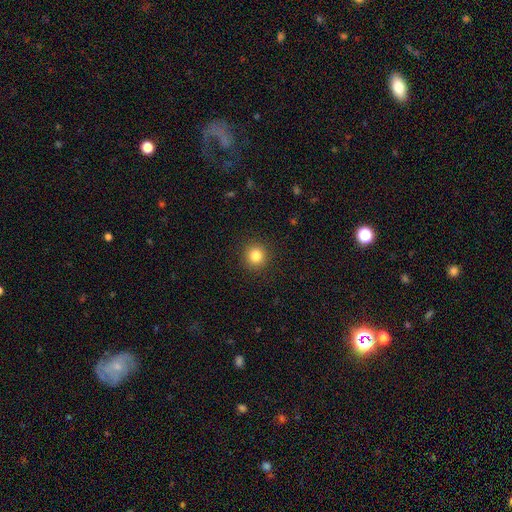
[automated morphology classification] Smooth or featured? Predicted: smooth (p=0.83). How rounded? Predicted: round (p=0.93). Merging? Predicted: none (p=0.92).